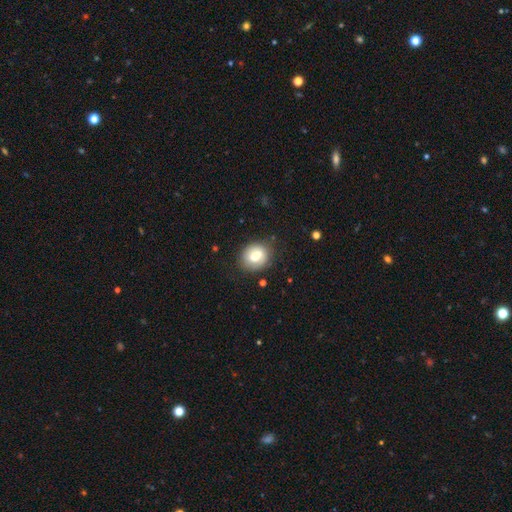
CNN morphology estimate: A smooth galaxy with no disk features (68%) that is round (51%).

Vote fractions:
- Smooth or featured? smooth: 68% / featured or disk: 24% / star or artifact: 9%
- How rounded? round: 51% / in between: 48% / cigar-shaped: 1%
- Merging? none: 73% / minor disturbance: 18% / major disturbance: 6% / merger: 3%